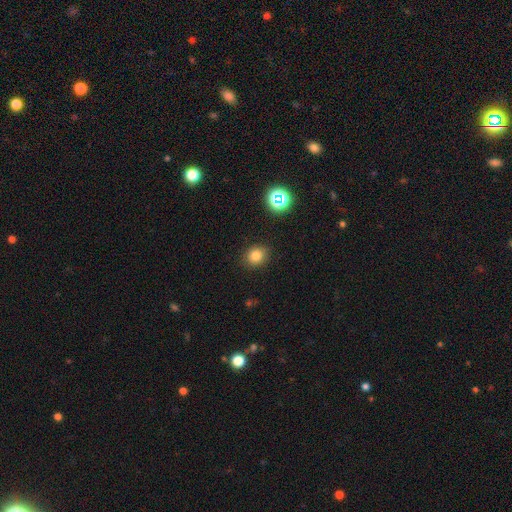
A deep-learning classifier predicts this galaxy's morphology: Q: Smooth or featured?
A: smooth (80%); runner-up: star or artifact (14%)
Q: How rounded?
A: round (70%); runner-up: in between (29%)
Q: Merging?
A: none (87%); runner-up: minor disturbance (9%)